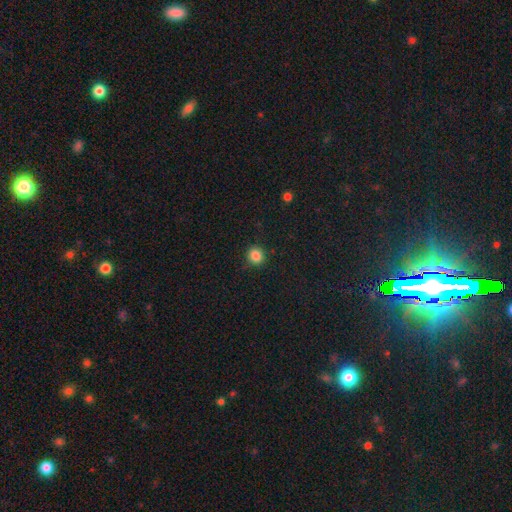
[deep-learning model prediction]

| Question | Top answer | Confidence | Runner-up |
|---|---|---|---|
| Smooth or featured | smooth | 85% | star or artifact (11%) |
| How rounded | round | 90% | in between (9%) |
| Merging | none | 89% | minor disturbance (7%) |